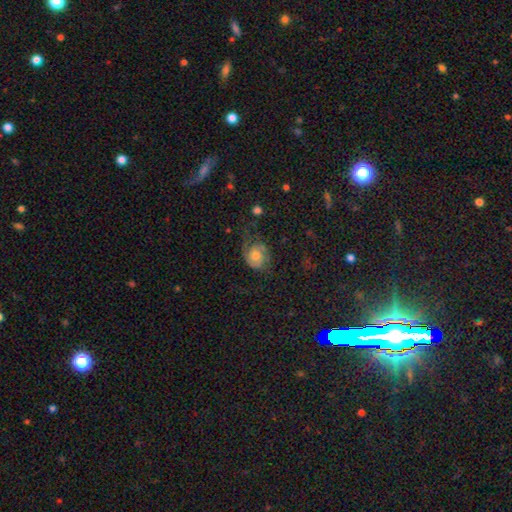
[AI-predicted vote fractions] Smooth or featured? featured or disk (53%)
Edge-on disk? no (97%)
Bar? no (76%)
Spiral arms? yes (83%)
Bulge size? moderate (60%)
Merging? none (50%)